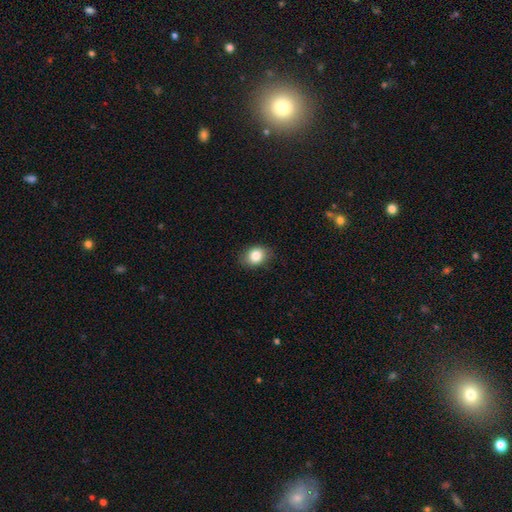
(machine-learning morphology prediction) Smooth or featured?
  - smooth: 84% *
  - star or artifact: 9%
  - featured or disk: 7%
How rounded?
  - in between: 65% *
  - round: 34%
  - cigar-shaped: 1%
Merging?
  - none: 84% *
  - minor disturbance: 12%
  - major disturbance: 2%
  - merger: 1%